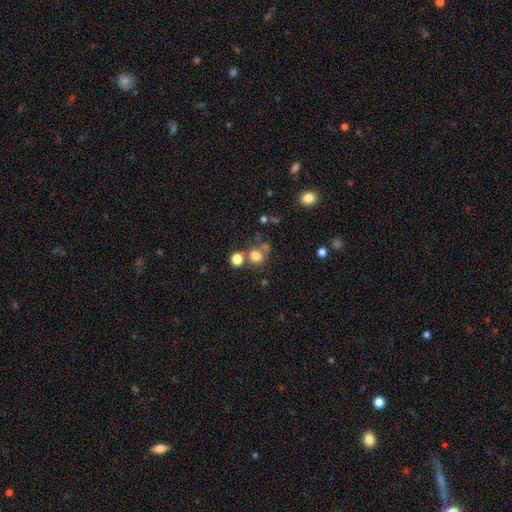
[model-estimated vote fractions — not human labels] This is likely a smooth galaxy (75%). How rounded: clearly round (85%). Merging: likely none (61%).